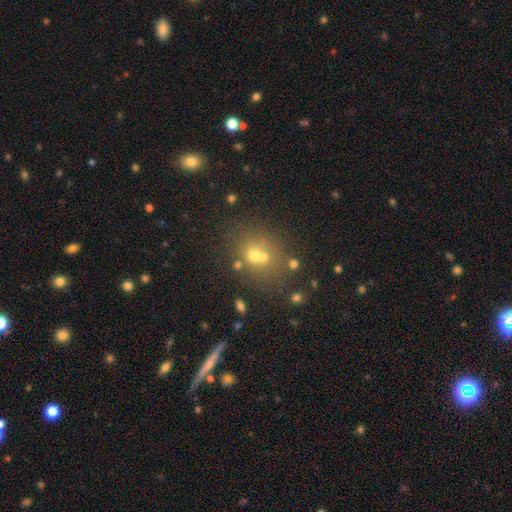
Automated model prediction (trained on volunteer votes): This appears to be a smooth galaxy with no disk features (55%) that is round (74%). Merging: none (47%).